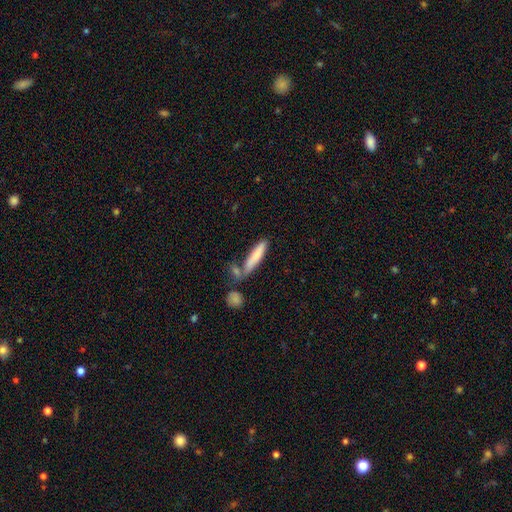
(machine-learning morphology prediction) A smooth galaxy with no disk features (77%) that is cigar-shaped (84%).

Vote fractions:
- Smooth or featured? smooth: 77% / featured or disk: 17% / star or artifact: 7%
- How rounded? cigar-shaped: 84% / in between: 14% / round: 2%
- Merging? none: 59% / merger: 21% / minor disturbance: 15% / major disturbance: 5%